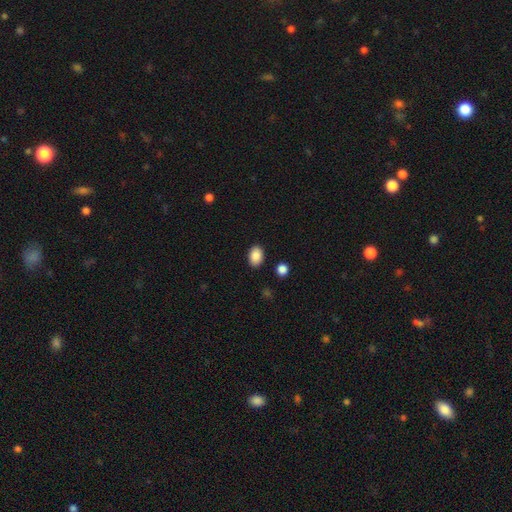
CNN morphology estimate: A smooth galaxy with no disk features (89%) that is in between round and cigar-shaped (83%). Merging: none (88%).